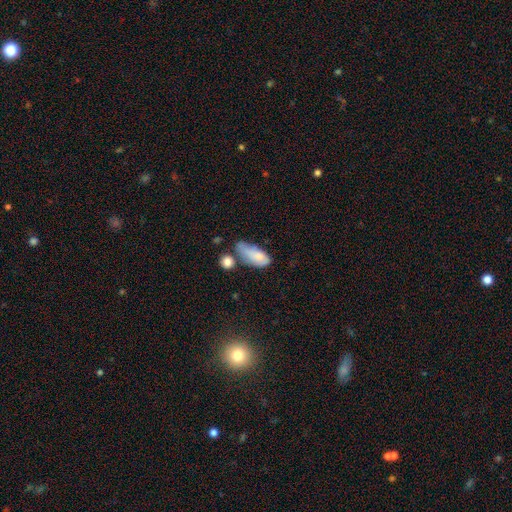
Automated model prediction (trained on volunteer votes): Smooth or featured? smooth (75%)
How rounded? in between (86%)
Merging? minor disturbance (34%)